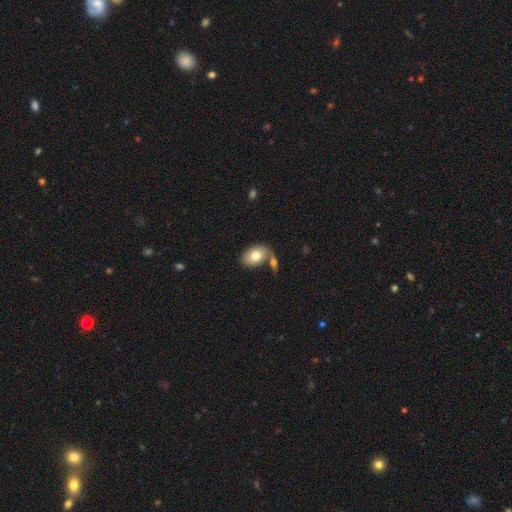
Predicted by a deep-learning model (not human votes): This appears to be a smooth galaxy with no disk features (75%) that is in between round and cigar-shaped (83%). Merging: none (52%).